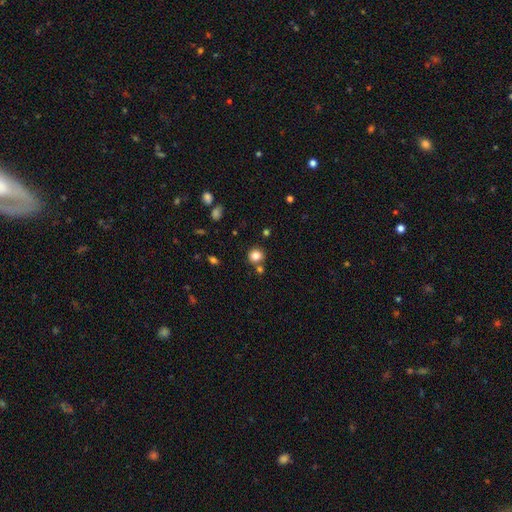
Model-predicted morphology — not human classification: Smooth or featured? smooth (82%)
How rounded? round (89%)
Merging? none (75%)